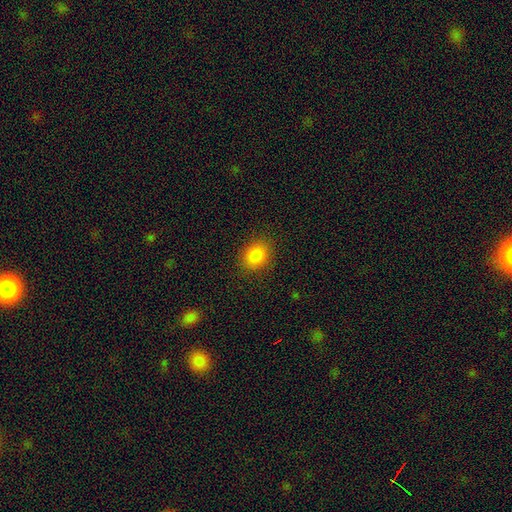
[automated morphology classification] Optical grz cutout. It shows a smooth galaxy with no disk features (85%) that is in between round and cigar-shaped (52%). Merging: none (88%).